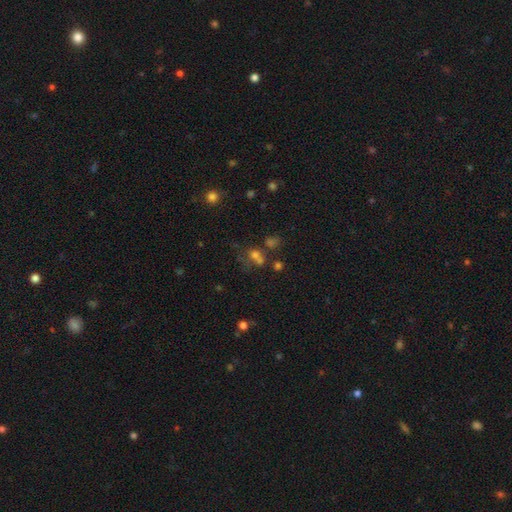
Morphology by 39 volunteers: This appears to be a smooth galaxy with no disk features (77%) that is round (80%). Merging: merger (54%).